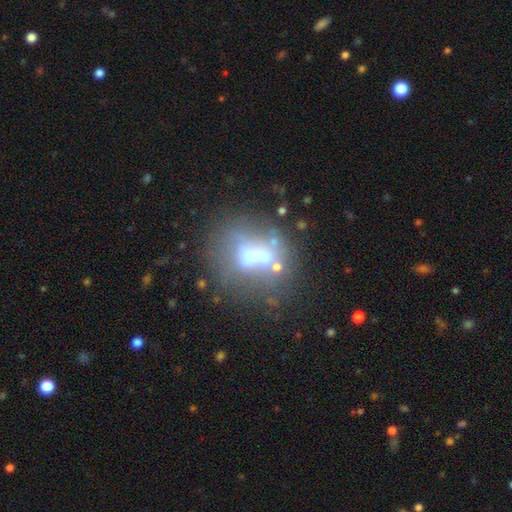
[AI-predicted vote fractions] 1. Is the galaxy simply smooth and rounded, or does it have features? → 43% featured or disk, 41% smooth, 16% star or artifact.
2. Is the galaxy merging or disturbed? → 40% none, 22% major disturbance, 21% merger, 17% minor disturbance.